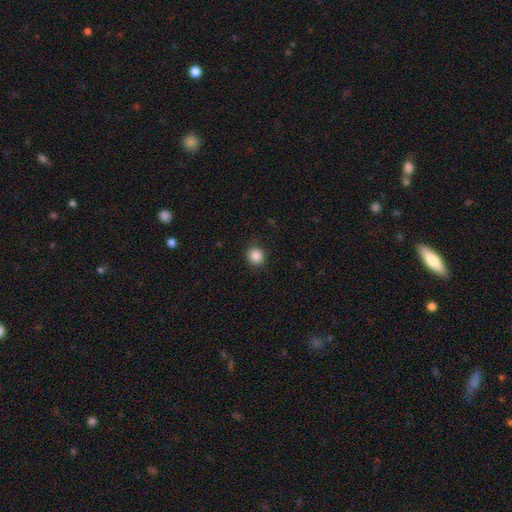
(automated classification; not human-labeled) smooth_or_featured: smooth (p=0.87) [alt: star or artifact p=0.10]
how_rounded: round (p=0.89) [alt: in between p=0.10]
merging: none (p=0.88) [alt: minor disturbance p=0.08]